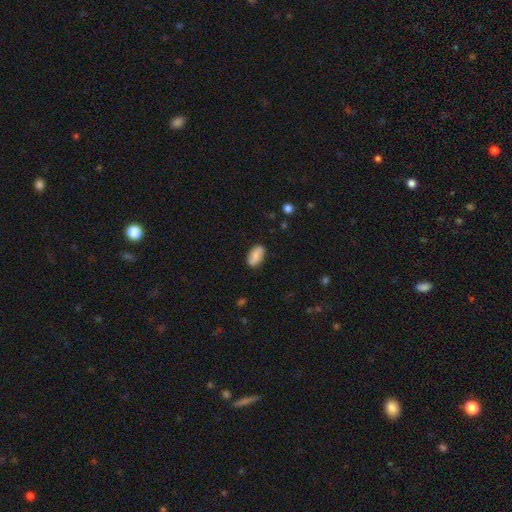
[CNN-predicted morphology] The model was most divided on "smooth or featured": smooth: 78%, featured or disk: 15%, star or artifact: 7%. More confident: how rounded — in between (93%); merging — none (85%).